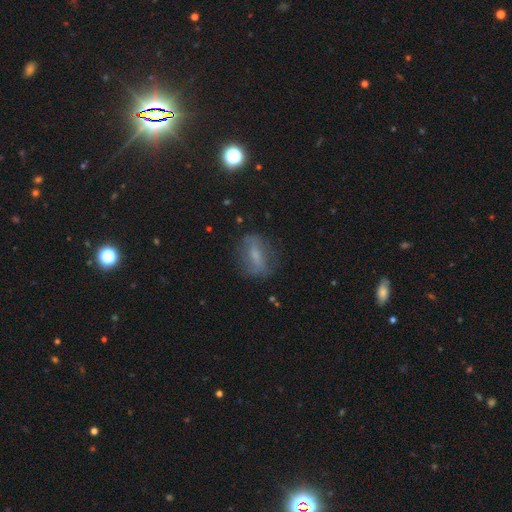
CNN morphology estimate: Smooth or featured? smooth (47%)
Merging? none (70%)